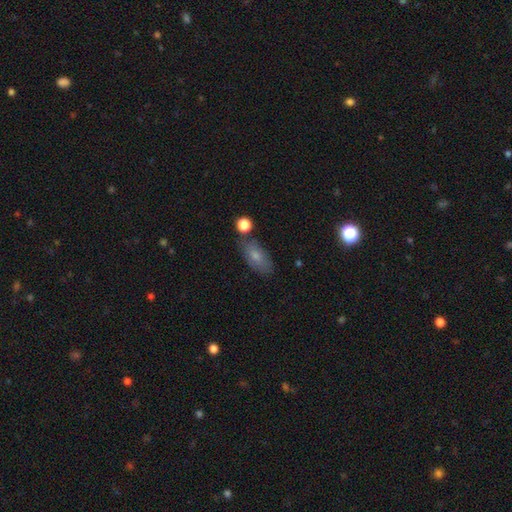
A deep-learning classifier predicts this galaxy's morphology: smooth-or-featured: smooth: 76% | featured or disk: 15% | star or artifact: 8%
  how-rounded: in between: 89% | cigar-shaped: 7% | round: 5%
  merging: none: 69% | minor disturbance: 18% | merger: 8% | major disturbance: 5%